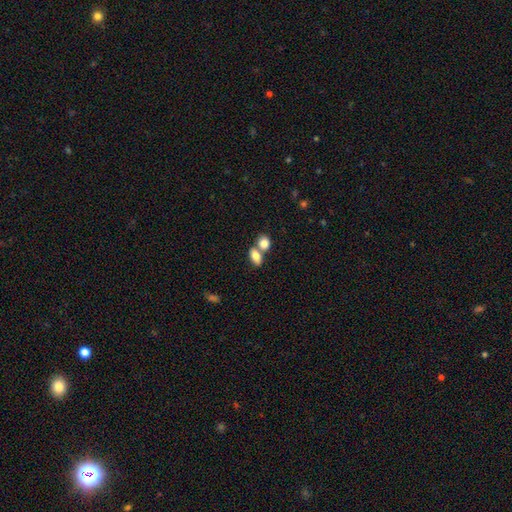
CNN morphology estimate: Q: Smooth or featured?
A: smooth (81%); runner-up: featured or disk (11%)
Q: How rounded?
A: in between (80%); runner-up: round (17%)
Q: Merging?
A: merger (48%); runner-up: none (39%)